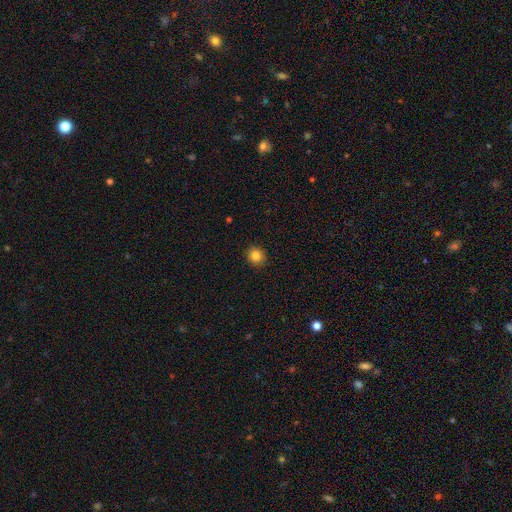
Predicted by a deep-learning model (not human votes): Smooth or featured?
  - smooth: 84% *
  - star or artifact: 11%
  - featured or disk: 5%
How rounded?
  - round: 88% *
  - in between: 11%
  - cigar-shaped: 1%
Merging?
  - none: 92% *
  - minor disturbance: 5%
  - major disturbance: 2%
  - merger: 1%